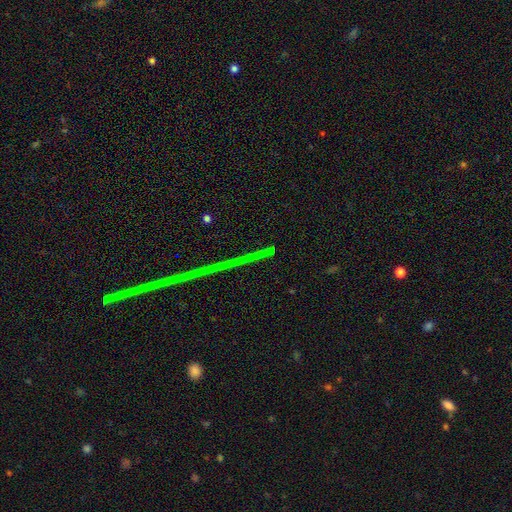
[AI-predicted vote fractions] Smooth or featured: star or artifact — 82% (featured or disk — 11%)